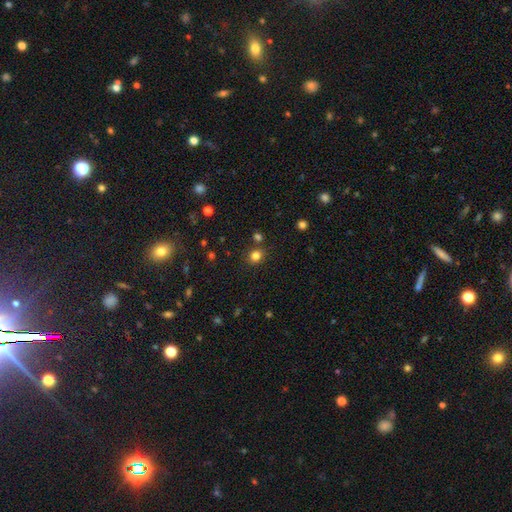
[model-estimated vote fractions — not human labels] Smooth or featured? smooth (81%)
How rounded? round (73%)
Merging? none (82%)